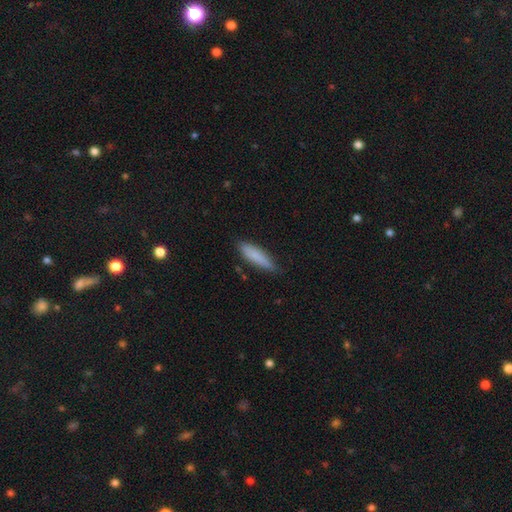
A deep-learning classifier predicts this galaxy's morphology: Smooth or featured? Predicted: smooth (p=0.83). How rounded? Predicted: cigar-shaped (p=0.73). Merging? Predicted: none (p=0.79).